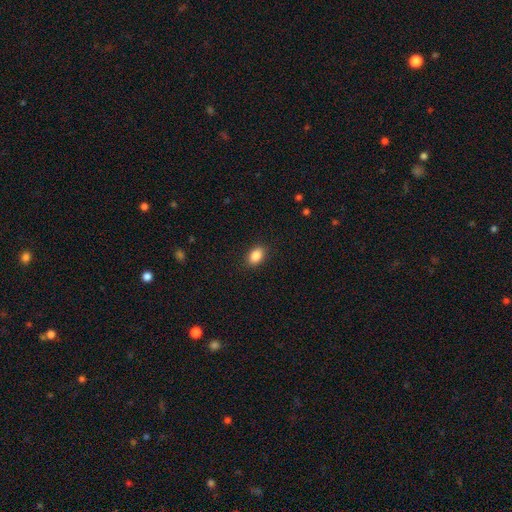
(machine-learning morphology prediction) Smooth or featured? smooth (87%)
How rounded? in between (82%)
Merging? none (89%)